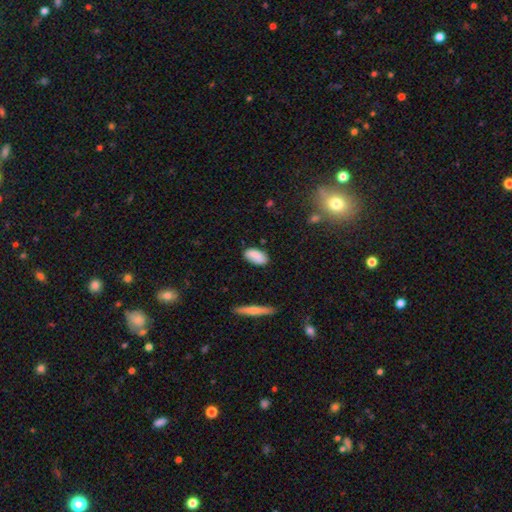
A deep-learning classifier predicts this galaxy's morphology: type=smooth (84%); roundness=in between (92%); merging=none (81%).